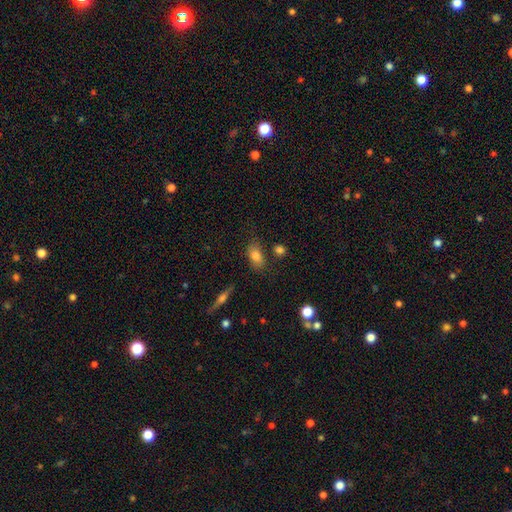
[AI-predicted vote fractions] The model was most divided on "merging": none: 71%, minor disturbance: 17%, merger: 6%, major disturbance: 5%. More confident: how rounded — in between (85%); smooth or featured — smooth (81%).